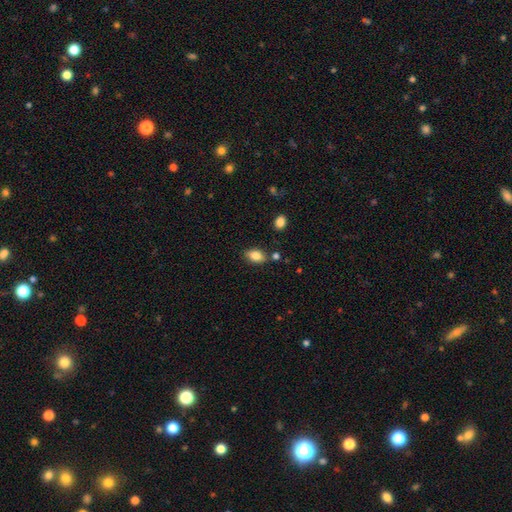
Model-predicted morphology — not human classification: This is clearly a smooth galaxy (83%). How rounded: clearly in between (89%). Merging: likely none (79%).